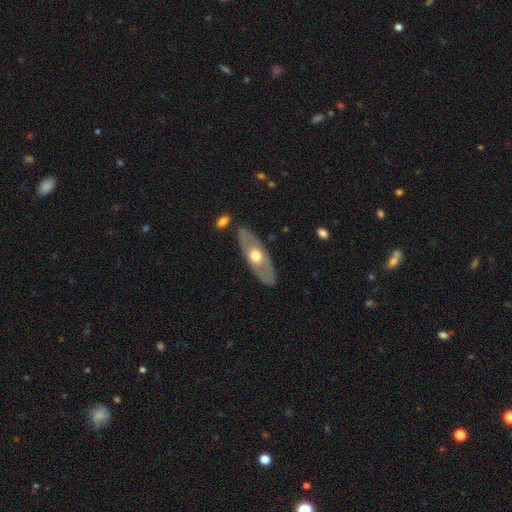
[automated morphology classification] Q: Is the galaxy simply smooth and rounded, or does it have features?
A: featured or disk — 56%.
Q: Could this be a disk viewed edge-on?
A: no — 65%.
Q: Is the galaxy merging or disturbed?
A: none — 85%.